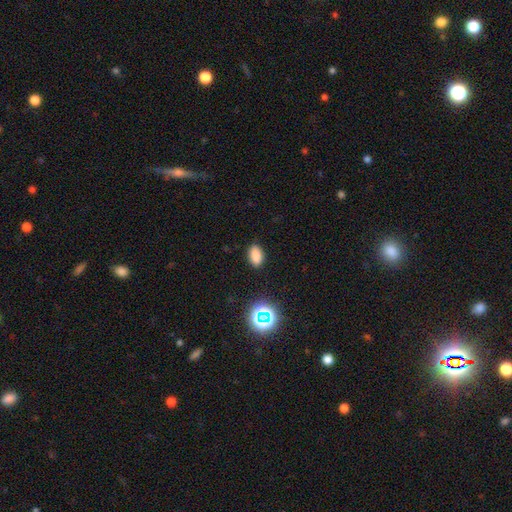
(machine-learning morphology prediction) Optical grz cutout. It shows a smooth galaxy with no disk features (81%) that is in between round and cigar-shaped (89%). Merging: none (87%).